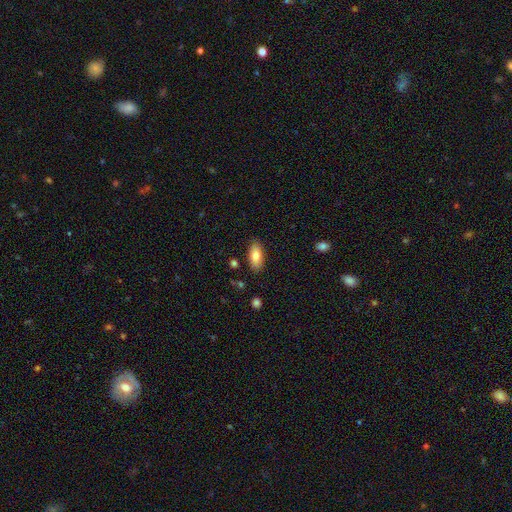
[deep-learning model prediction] smooth-or-featured: smooth: 80% | featured or disk: 13% | star or artifact: 7%
  how-rounded: in between: 88% | cigar-shaped: 9% | round: 3%
  merging: none: 86% | minor disturbance: 10% | major disturbance: 2% | merger: 2%